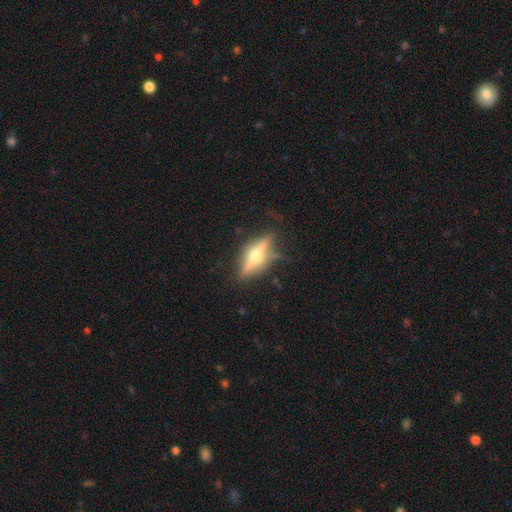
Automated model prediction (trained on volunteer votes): This is likely a featured or disk galaxy (72%). It is clearly viewed edge-on (91%). Edge-on bulge: clearly rounded (94%). Merging: likely none (75%).